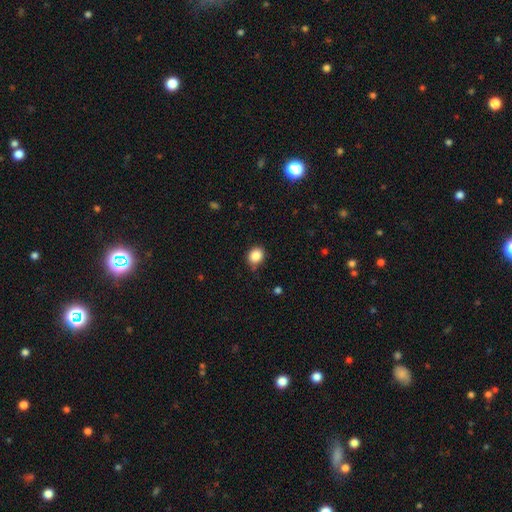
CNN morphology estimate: Smooth or featured: smooth — 86% (star or artifact — 10%)
How rounded: round — 67% (in between — 32%)
Merging: none — 78% (minor disturbance — 17%)